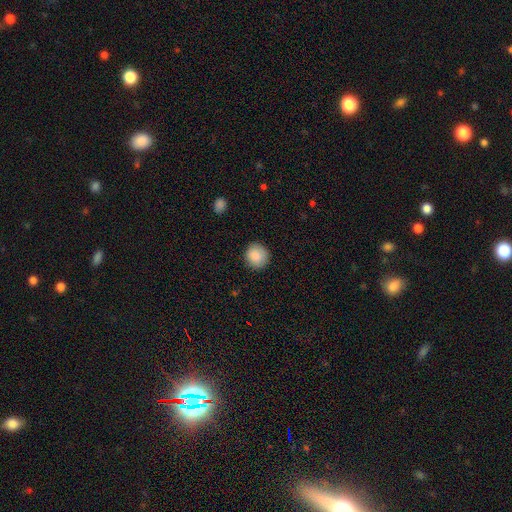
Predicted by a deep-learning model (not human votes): Smooth or featured?
  - smooth: 87% *
  - star or artifact: 8%
  - featured or disk: 5%
How rounded?
  - round: 91% *
  - in between: 8%
  - cigar-shaped: 1%
Merging?
  - none: 89% *
  - minor disturbance: 8%
  - major disturbance: 2%
  - merger: 1%